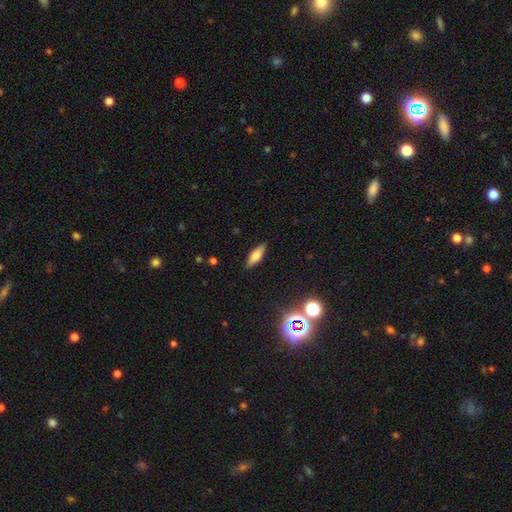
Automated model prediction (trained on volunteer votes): This appears to be a smooth galaxy with no disk features (64%) that is in between round and cigar-shaped (55%). Merging: none (87%).